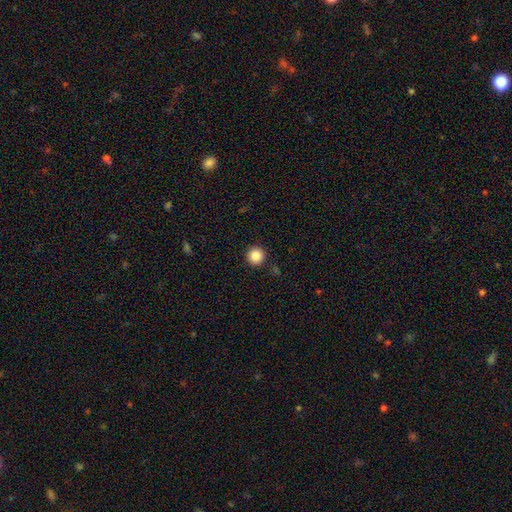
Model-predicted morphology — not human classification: Smooth or featured? Predicted: smooth (p=0.86). How rounded? Predicted: round (p=0.95). Merging? Predicted: none (p=0.92).